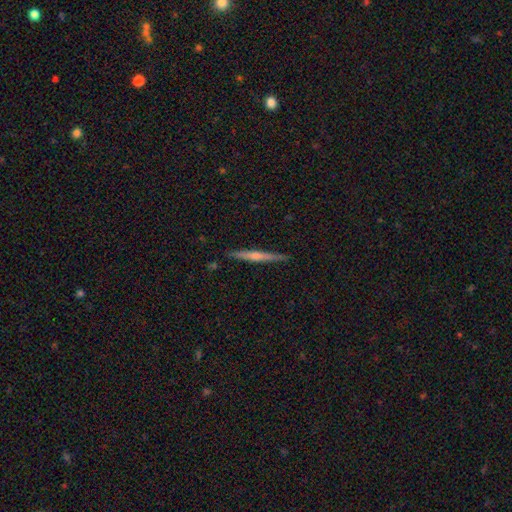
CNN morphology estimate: Smooth or featured: featured or disk — 63% (smooth — 31%)
Edge-on disk: yes — 98% (no — 2%)
Edge-on bulge: rounded — 65% (none — 27%)
Merging: none — 90% (minor disturbance — 7%)